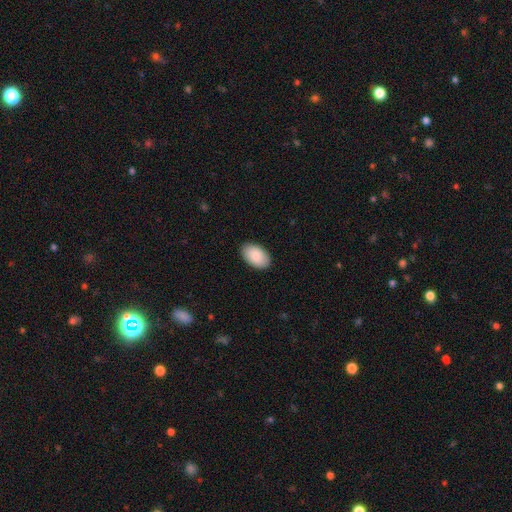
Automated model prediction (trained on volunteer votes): Smooth or featured: smooth — 89% (star or artifact — 6%)
How rounded: in between — 94% (round — 5%)
Merging: none — 89% (minor disturbance — 8%)